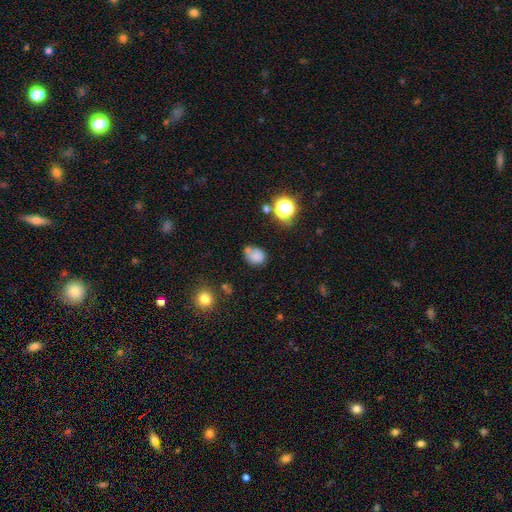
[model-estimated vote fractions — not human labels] Smooth or featured? Predicted: smooth (p=0.76). How rounded? Predicted: round (p=0.51). Merging? Predicted: none (p=0.48).